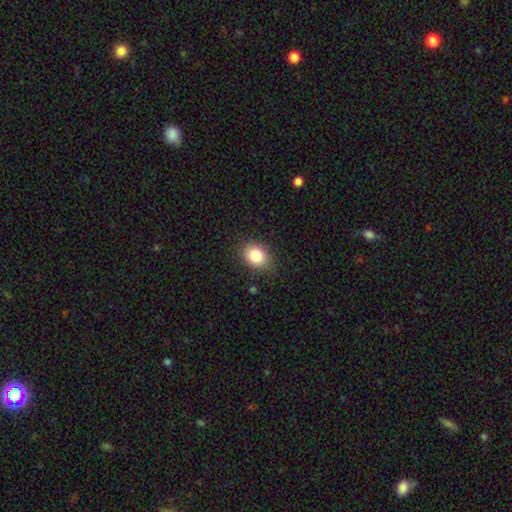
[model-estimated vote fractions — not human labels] Q: Smooth or featured?
A: smooth (83%); runner-up: star or artifact (9%)
Q: How rounded?
A: in between (58%); runner-up: round (41%)
Q: Merging?
A: none (84%); runner-up: minor disturbance (12%)